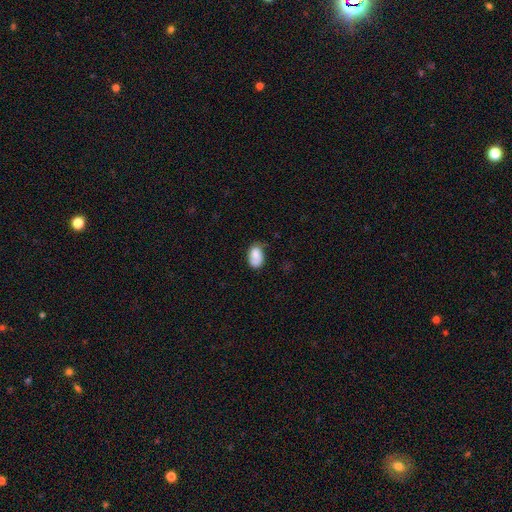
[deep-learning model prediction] Smooth or featured? Predicted: smooth (p=0.81). How rounded? Predicted: in between (p=0.89). Merging? Predicted: none (p=0.52).